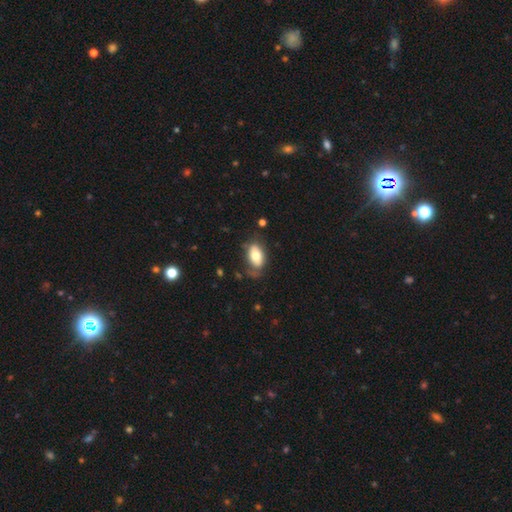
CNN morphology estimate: type=smooth (72%); roundness=in between (92%); merging=none (57%).